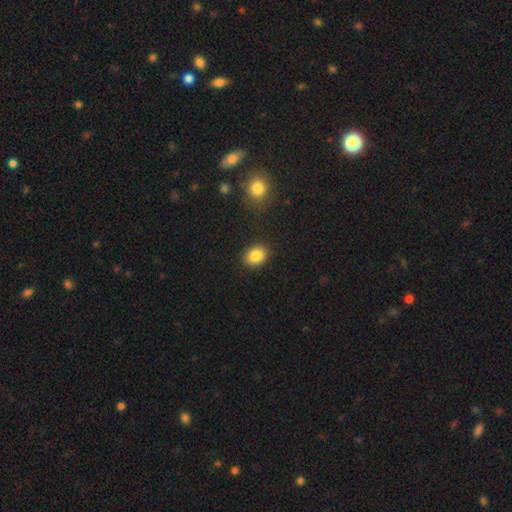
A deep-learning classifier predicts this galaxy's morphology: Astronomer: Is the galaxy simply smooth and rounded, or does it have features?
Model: smooth — 86%.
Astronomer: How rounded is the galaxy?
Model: in between — 65%.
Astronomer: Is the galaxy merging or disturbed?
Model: none — 88%.